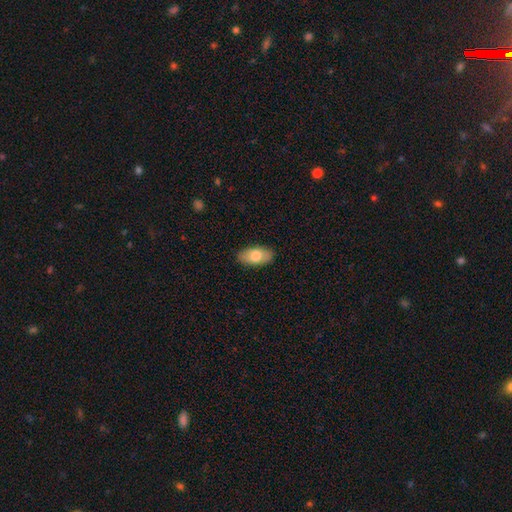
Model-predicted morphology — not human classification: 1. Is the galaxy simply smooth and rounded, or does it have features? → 76% smooth, 18% featured or disk, 6% star or artifact.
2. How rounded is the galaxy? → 93% in between, 4% round, 3% cigar-shaped.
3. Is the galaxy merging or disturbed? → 88% none, 9% minor disturbance, 2% major disturbance, 1% merger.